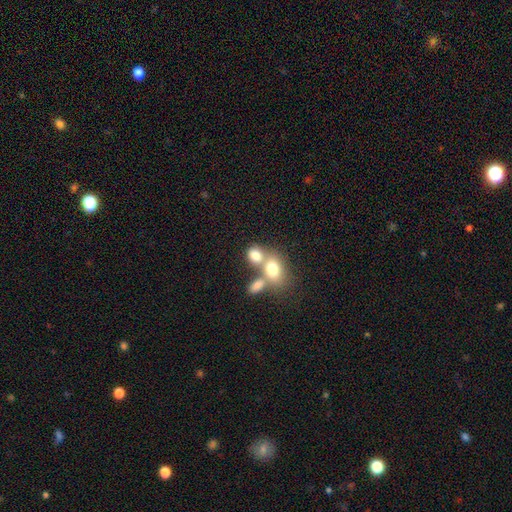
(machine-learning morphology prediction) Smooth or featured? smooth (76%)
How rounded? in between (58%)
Merging? merger (52%)